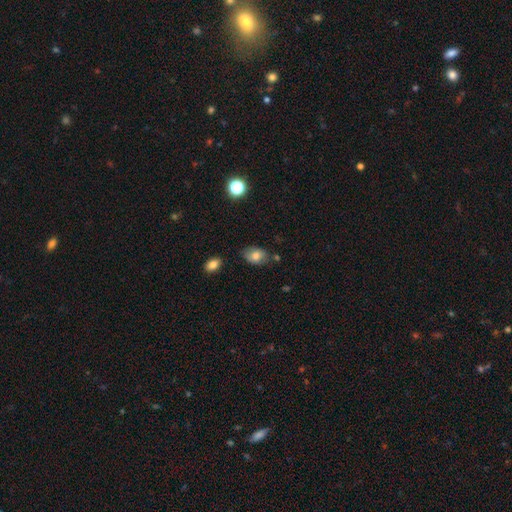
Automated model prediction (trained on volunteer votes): The model was most divided on "merging": none: 69%, minor disturbance: 22%, merger: 5%, major disturbance: 4%. More confident: how rounded — in between (81%); smooth or featured — smooth (77%).